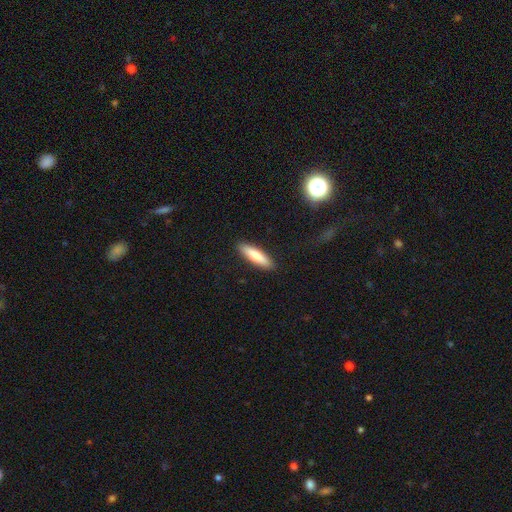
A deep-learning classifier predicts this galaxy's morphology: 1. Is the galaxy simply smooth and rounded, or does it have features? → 71% smooth, 23% featured or disk, 5% star or artifact.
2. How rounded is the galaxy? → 68% cigar-shaped, 31% in between, 2% round.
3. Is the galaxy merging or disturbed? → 90% none, 7% minor disturbance, 2% major disturbance, 1% merger.